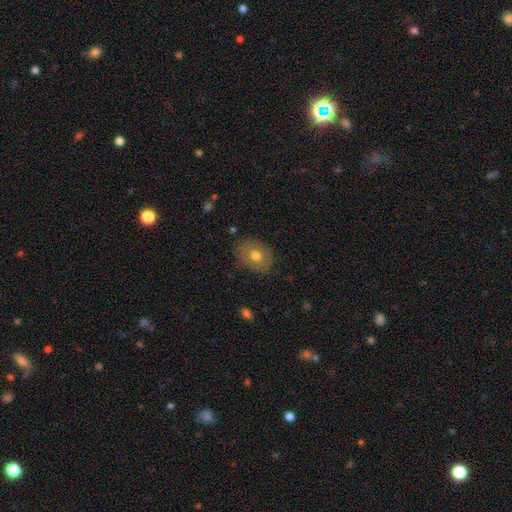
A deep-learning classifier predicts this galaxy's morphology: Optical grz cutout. It shows a smooth galaxy with no disk features (68%) that is in between round and cigar-shaped (56%). Merging: none (85%).